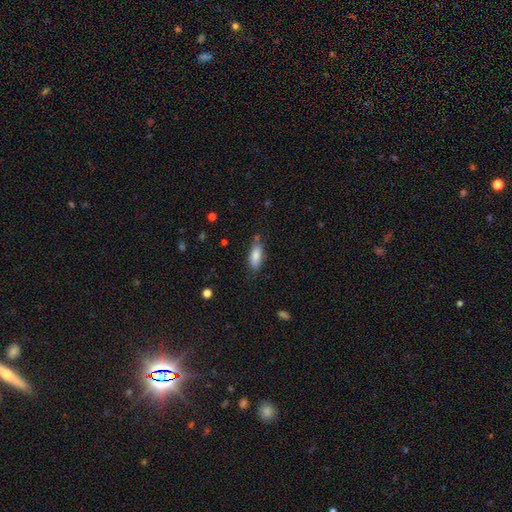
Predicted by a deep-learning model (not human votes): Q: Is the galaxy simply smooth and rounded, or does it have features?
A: smooth — 82%.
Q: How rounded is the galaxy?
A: in between — 75%.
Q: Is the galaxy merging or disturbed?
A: none — 73%.